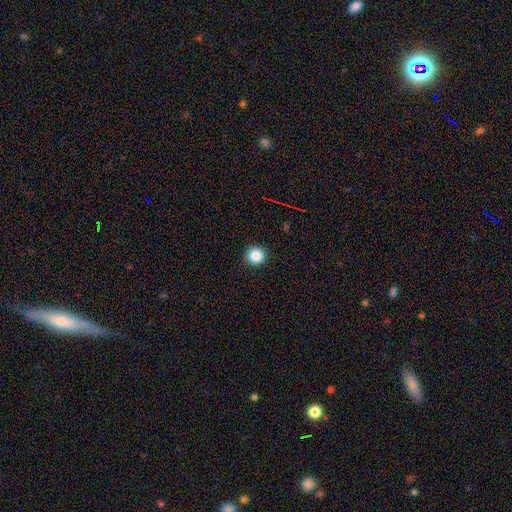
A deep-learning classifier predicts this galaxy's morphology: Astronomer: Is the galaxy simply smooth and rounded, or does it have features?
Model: smooth — 86%.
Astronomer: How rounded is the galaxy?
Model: round — 94%.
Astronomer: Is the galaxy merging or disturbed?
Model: none — 92%.